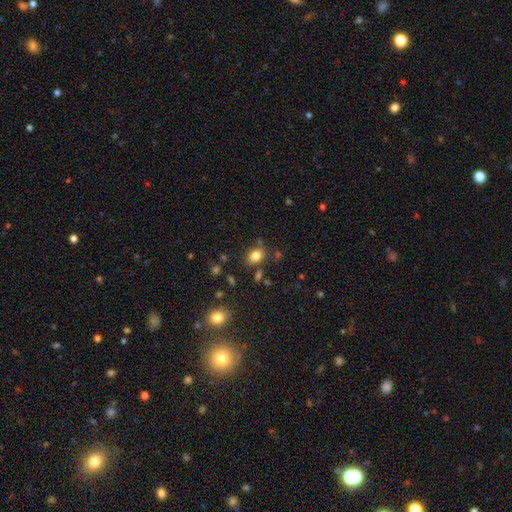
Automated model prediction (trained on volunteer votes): Overall: smooth (82%). How rounded: in between (68%; round 31%). Merging: none (77%).